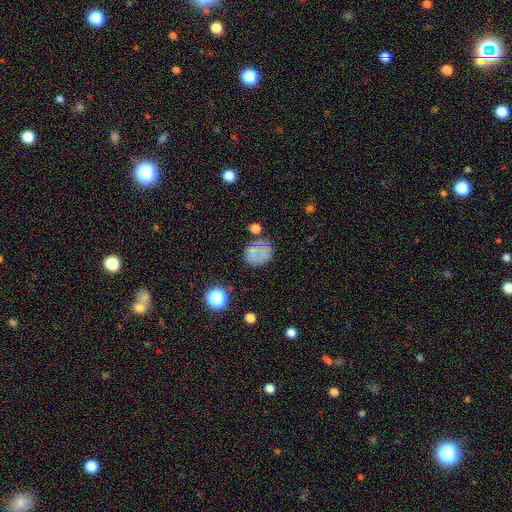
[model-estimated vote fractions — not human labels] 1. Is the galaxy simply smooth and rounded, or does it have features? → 62% smooth, 26% star or artifact, 12% featured or disk.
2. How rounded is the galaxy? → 61% round, 37% in between, 1% cigar-shaped.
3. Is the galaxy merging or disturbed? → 76% none, 15% minor disturbance, 6% major disturbance, 4% merger.